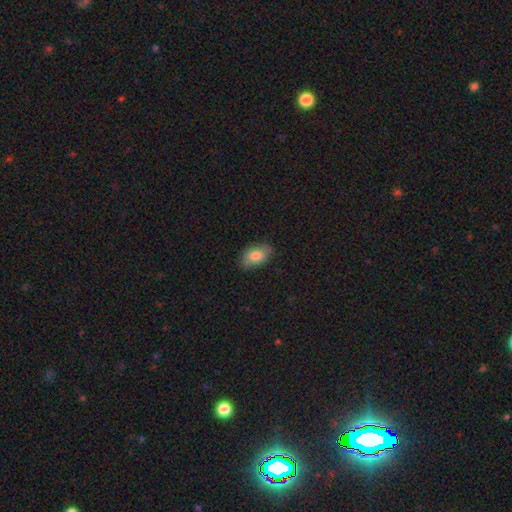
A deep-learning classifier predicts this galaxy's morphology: A smooth galaxy with no disk features (81%) that is in between round and cigar-shaped (92%). Merging: none (82%).